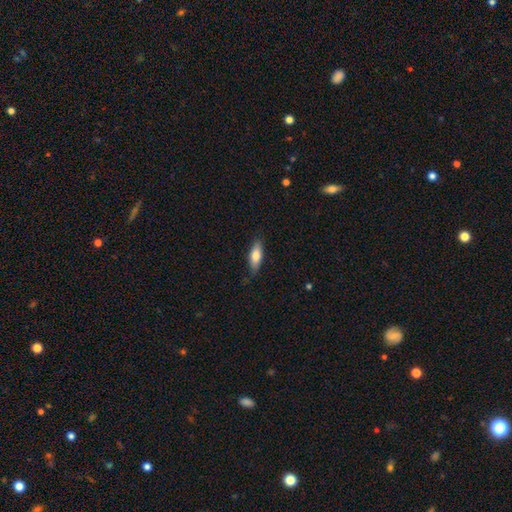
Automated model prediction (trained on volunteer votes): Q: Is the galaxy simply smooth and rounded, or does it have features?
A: smooth — 74%.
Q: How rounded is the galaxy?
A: in between — 65%.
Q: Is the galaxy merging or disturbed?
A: none — 80%.